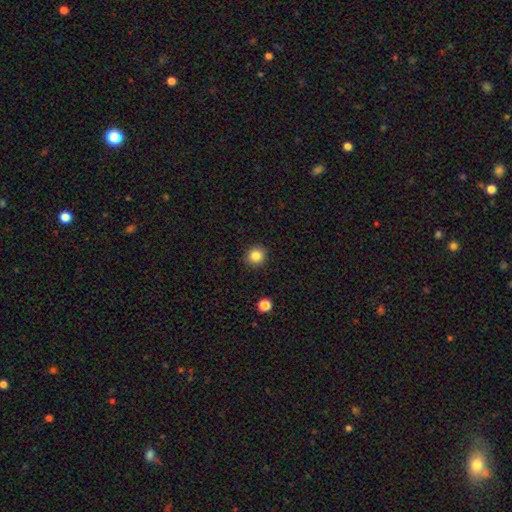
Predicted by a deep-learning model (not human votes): The model was most divided on "smooth or featured": smooth: 84%, star or artifact: 11%, featured or disk: 5%. More confident: merging — none (91%); how rounded — round (90%).